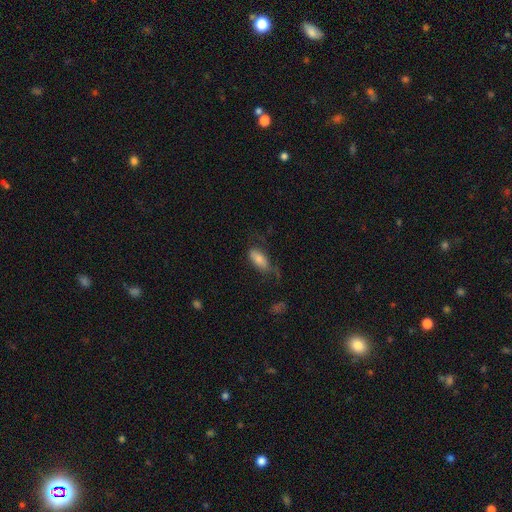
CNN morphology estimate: Smooth or featured?
  - smooth: 58% *
  - featured or disk: 26%
  - star or artifact: 16%
How rounded?
  - in between: 83% *
  - cigar-shaped: 13%
  - round: 4%
Merging?
  - none: 48% *
  - major disturbance: 25%
  - minor disturbance: 24%
  - merger: 3%